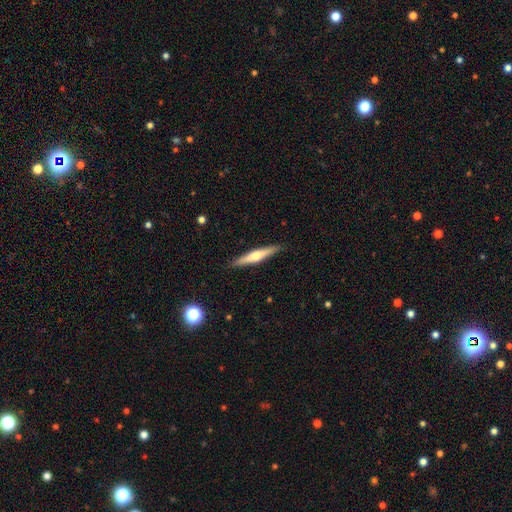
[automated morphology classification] A featured or disk galaxy (58%) viewed edge-on (97%) with a rounded central bulge (87%).

Vote fractions:
- Smooth or featured? featured or disk: 58% / smooth: 36% / star or artifact: 5%
- Edge-on disk? yes: 97% / no: 3%
- Edge-on bulge? rounded: 87% / none: 8% / boxy: 5%
- Merging? none: 90% / minor disturbance: 7% / major disturbance: 1% / merger: 1%